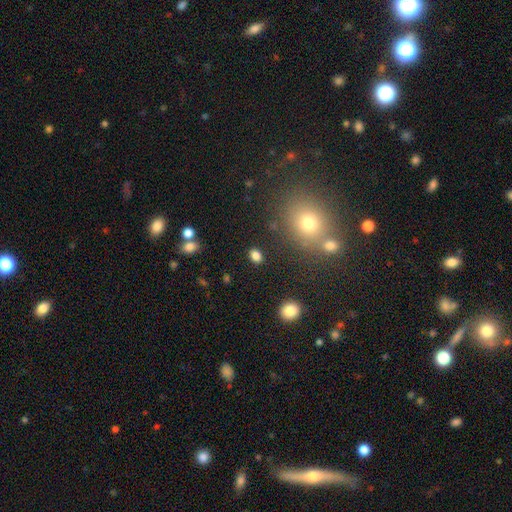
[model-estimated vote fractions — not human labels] A smooth galaxy with no disk features (83%) that is in between round and cigar-shaped (69%).

Vote fractions:
- Smooth or featured? smooth: 83% / star or artifact: 13% / featured or disk: 5%
- How rounded? in between: 69% / round: 29% / cigar-shaped: 2%
- Merging? none: 85% / minor disturbance: 9% / merger: 3% / major disturbance: 3%